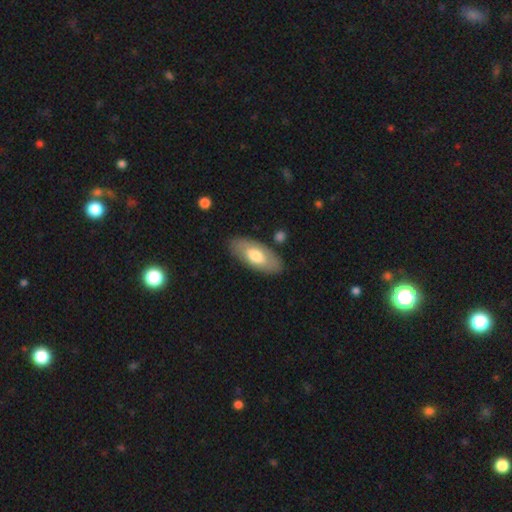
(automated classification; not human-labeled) This is likely a smooth galaxy (63%). How rounded: clearly in between (89%). Merging: clearly none (82%).